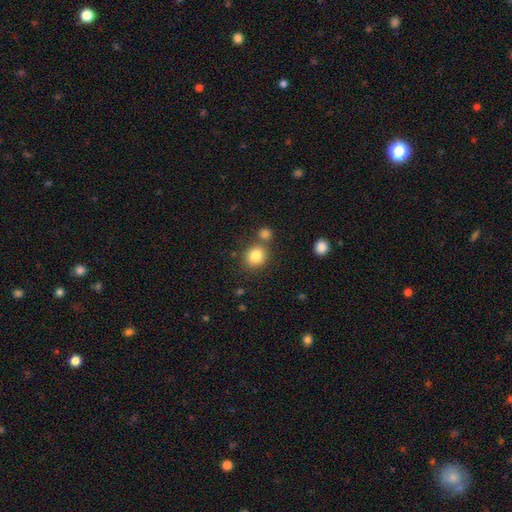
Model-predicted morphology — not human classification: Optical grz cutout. It shows a smooth galaxy with no disk features (83%) that is round (80%). Merging: none (71%).